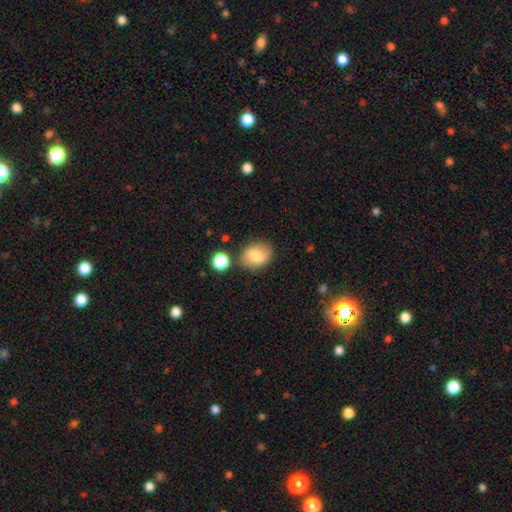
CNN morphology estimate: Smooth or featured?
  - smooth: 74% *
  - featured or disk: 17%
  - star or artifact: 9%
How rounded?
  - in between: 60% *
  - round: 39%
  - cigar-shaped: 1%
Merging?
  - none: 72% *
  - minor disturbance: 17%
  - merger: 7%
  - major disturbance: 5%